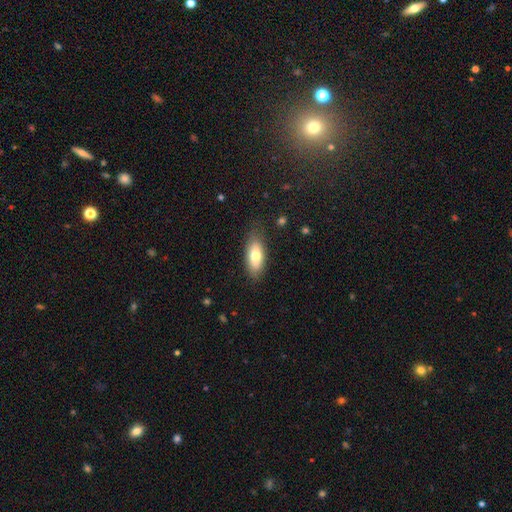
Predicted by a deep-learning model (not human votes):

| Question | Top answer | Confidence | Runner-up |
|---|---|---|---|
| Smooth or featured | smooth | 75% | featured or disk (19%) |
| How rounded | in between | 82% | cigar-shaped (16%) |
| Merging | none | 80% | minor disturbance (15%) |